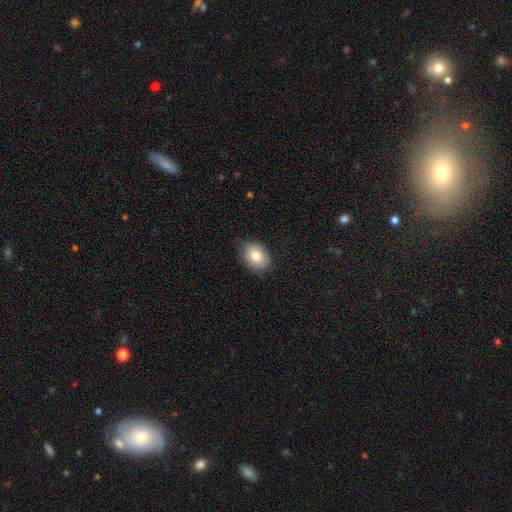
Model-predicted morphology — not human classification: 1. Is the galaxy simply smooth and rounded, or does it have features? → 82% smooth, 10% featured or disk, 8% star or artifact.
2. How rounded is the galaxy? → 72% in between, 28% round, 1% cigar-shaped.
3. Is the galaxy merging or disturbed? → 84% none, 13% minor disturbance, 2% major disturbance, 1% merger.